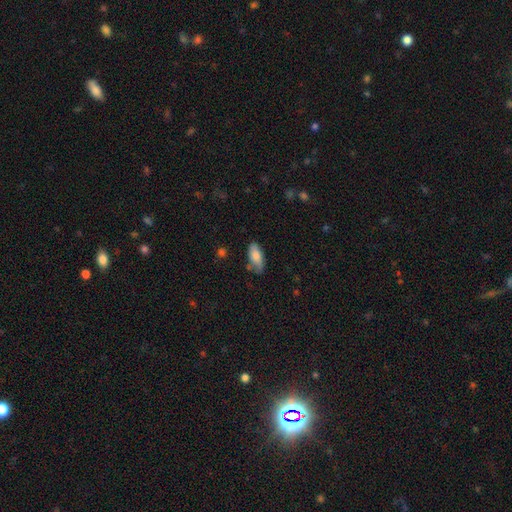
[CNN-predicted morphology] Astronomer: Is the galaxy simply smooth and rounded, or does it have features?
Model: smooth — 80%.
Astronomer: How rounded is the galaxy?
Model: in between — 85%.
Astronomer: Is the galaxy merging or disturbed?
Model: none — 67%.